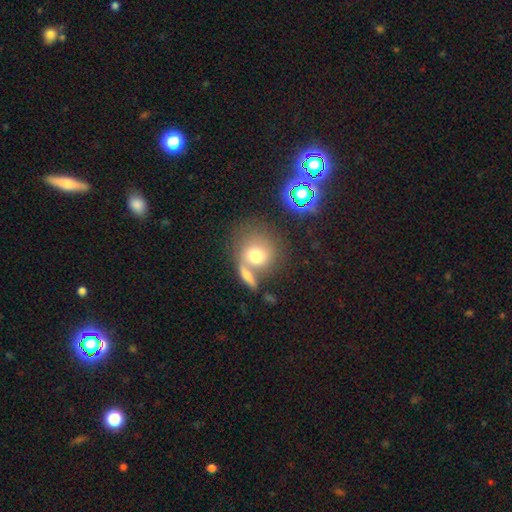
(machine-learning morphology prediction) The model was most divided on "merging": none: 42%, merger: 37%, minor disturbance: 12%, major disturbance: 9%. More confident: how rounded — round (75%); smooth or featured — smooth (68%).